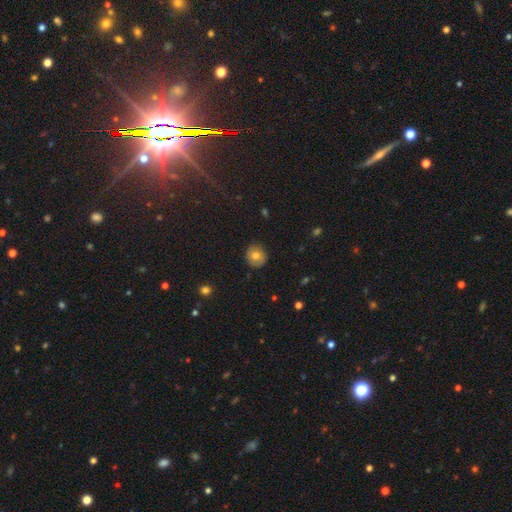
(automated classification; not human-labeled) Smooth or featured?
  - smooth: 74% *
  - featured or disk: 15%
  - star or artifact: 10%
How rounded?
  - round: 88% *
  - in between: 11%
  - cigar-shaped: 1%
Merging?
  - none: 88% *
  - minor disturbance: 9%
  - major disturbance: 2%
  - merger: 1%